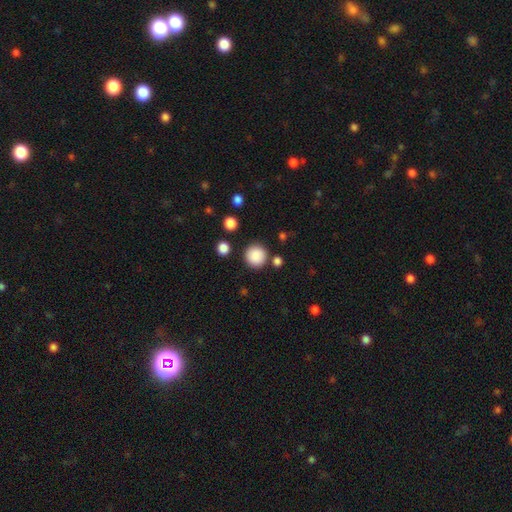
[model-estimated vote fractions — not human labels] smooth-or-featured: smooth: 87% | star or artifact: 9% | featured or disk: 4%
  how-rounded: round: 94% | in between: 5% | cigar-shaped: 1%
  merging: none: 85% | minor disturbance: 8% | merger: 4% | major disturbance: 3%